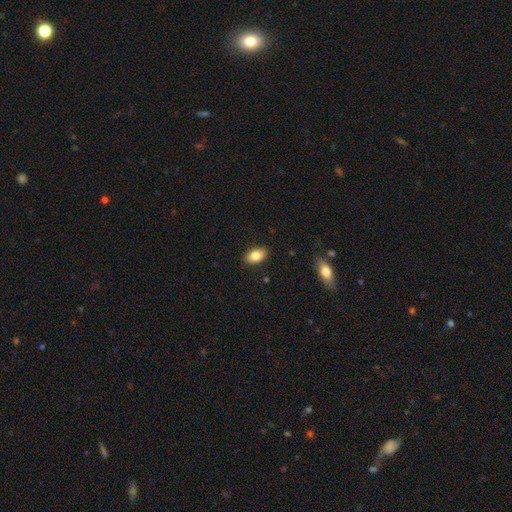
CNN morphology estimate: smooth-or-featured: smooth: 82% | featured or disk: 10% | star or artifact: 7%
  how-rounded: in between: 91% | round: 6% | cigar-shaped: 3%
  merging: none: 88% | minor disturbance: 9% | major disturbance: 2% | merger: 1%